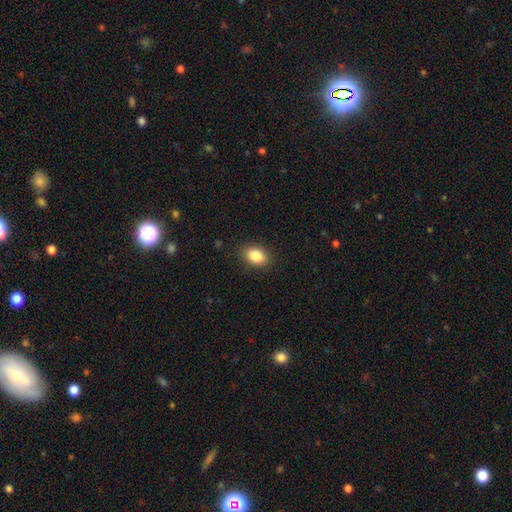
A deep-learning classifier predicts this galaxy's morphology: The model was most divided on "how rounded": in between: 80%, round: 19%, cigar-shaped: 1%. More confident: merging — none (88%); smooth or featured — smooth (86%).